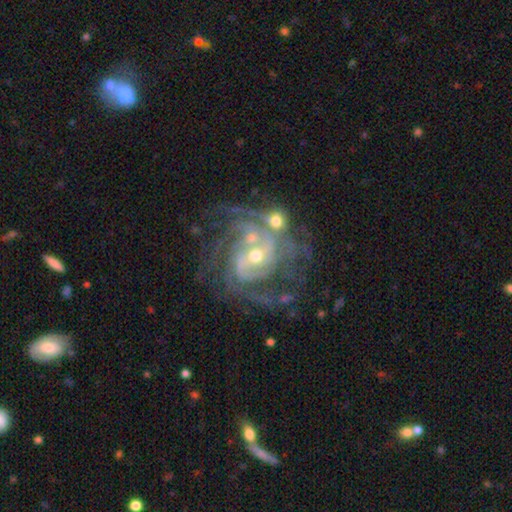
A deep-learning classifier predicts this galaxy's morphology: Overall: featured or disk (90%). Edge-on disk: no (98%). Bar: no (47%; weak 37%). Spiral arms: yes (97%). Spiral arm count: 3 (29%; can't tell 21%). Spiral winding: tight (56%; medium 36%). Bulge size: small (48%; moderate 47%). Merging: none (48%; merger 20%).